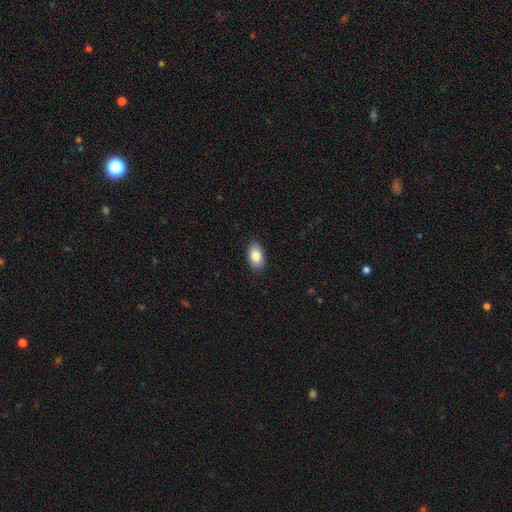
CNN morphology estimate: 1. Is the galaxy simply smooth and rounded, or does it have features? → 85% smooth, 8% featured or disk, 7% star or artifact.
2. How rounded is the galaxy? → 93% in between, 5% round, 2% cigar-shaped.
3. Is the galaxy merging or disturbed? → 88% none, 9% minor disturbance, 2% major disturbance, 1% merger.